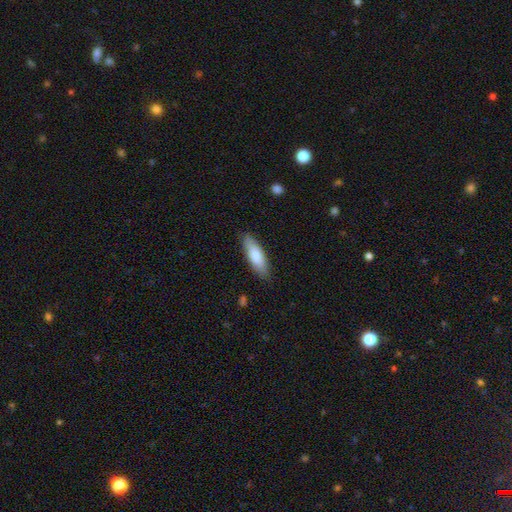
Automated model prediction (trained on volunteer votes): Q: Smooth or featured?
A: smooth (80%); runner-up: featured or disk (15%)
Q: How rounded?
A: in between (51%); runner-up: cigar-shaped (48%)
Q: Merging?
A: none (86%); runner-up: minor disturbance (11%)